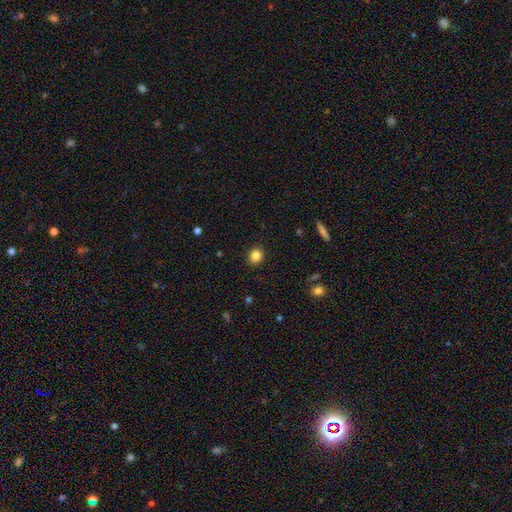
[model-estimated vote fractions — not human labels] Smooth or featured?
  - smooth: 83% *
  - star or artifact: 11%
  - featured or disk: 6%
How rounded?
  - round: 76% *
  - in between: 23%
  - cigar-shaped: 1%
Merging?
  - none: 90% *
  - minor disturbance: 6%
  - major disturbance: 2%
  - merger: 1%